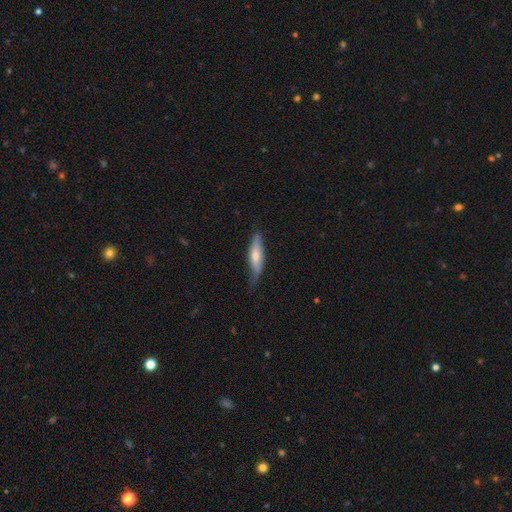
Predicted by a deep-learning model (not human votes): Morphology: type=smooth (59%); roundness=cigar-shaped (61%); merging=none (59%).